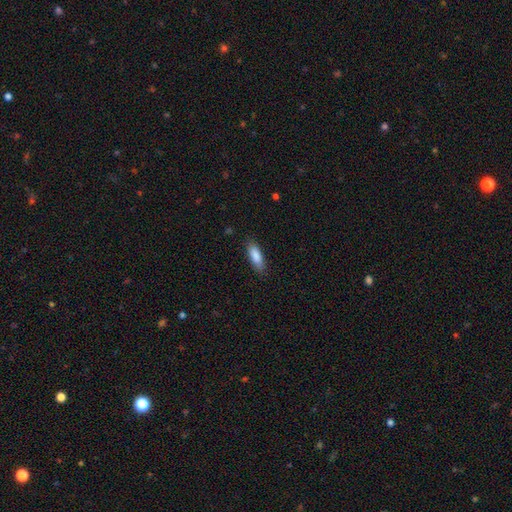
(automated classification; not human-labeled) Smooth or featured? smooth (87%)
How rounded? in between (61%)
Merging? none (84%)